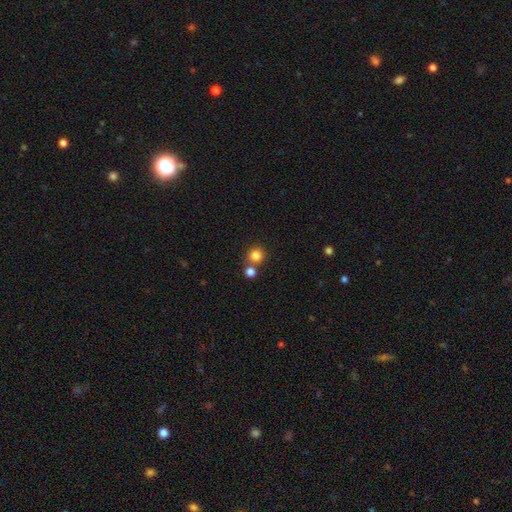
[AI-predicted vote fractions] smooth 83%, star or artifact 12%, featured or disk 5%. Down the decision tree: how rounded — round (92%); merging — none (71%).